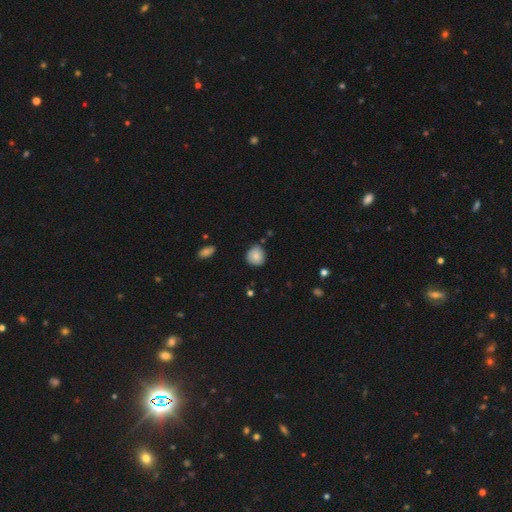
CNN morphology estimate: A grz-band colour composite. It shows a smooth galaxy with no disk features (85%) that is round (82%). Merging: none (76%).